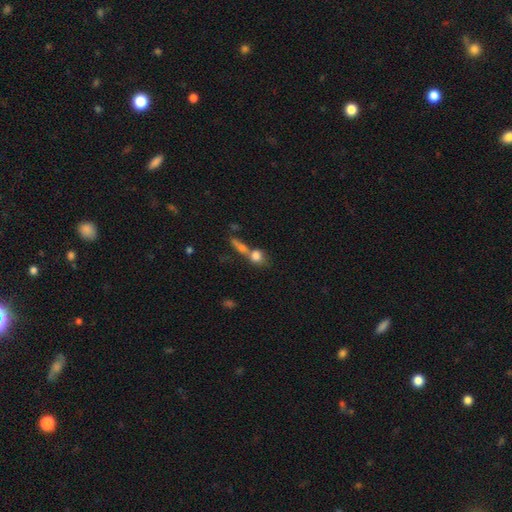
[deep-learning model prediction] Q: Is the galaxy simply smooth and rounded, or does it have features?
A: smooth — 74%.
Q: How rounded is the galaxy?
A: round — 56%.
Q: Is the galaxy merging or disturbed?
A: merger — 56%.